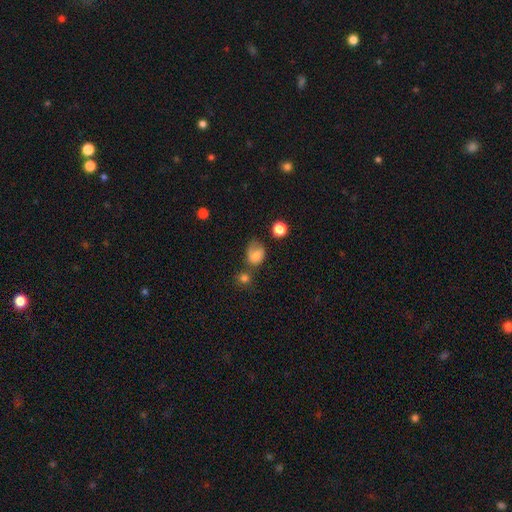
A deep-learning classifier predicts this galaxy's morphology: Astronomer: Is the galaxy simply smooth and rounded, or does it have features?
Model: smooth — 69%.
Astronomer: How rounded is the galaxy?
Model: in between — 58% (runner-up: round, 41%).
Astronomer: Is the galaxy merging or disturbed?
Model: none — 40% (runner-up: minor disturbance, 30%).